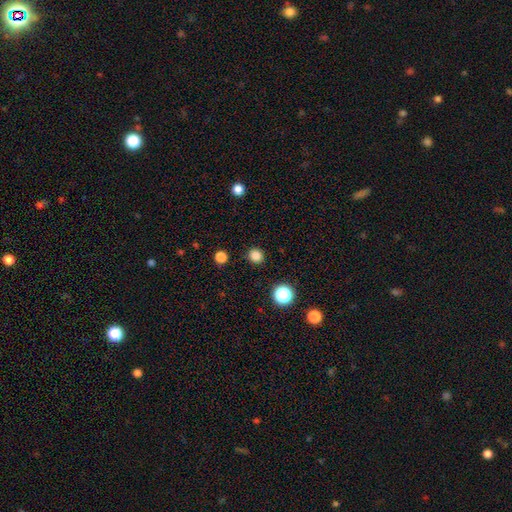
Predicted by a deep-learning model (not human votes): The model was most divided on "smooth or featured": smooth: 83%, star or artifact: 14%, featured or disk: 3%. More confident: merging — none (90%); how rounded — round (89%).